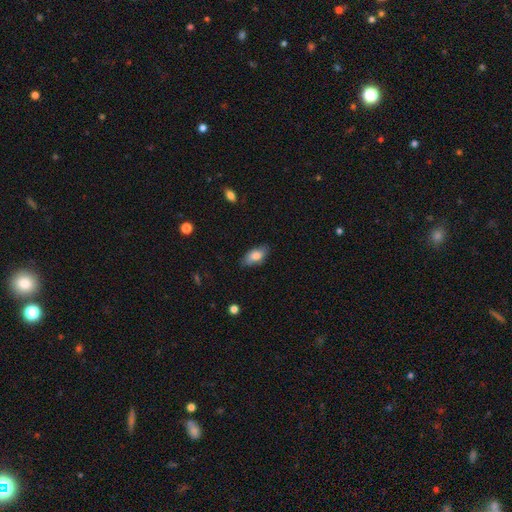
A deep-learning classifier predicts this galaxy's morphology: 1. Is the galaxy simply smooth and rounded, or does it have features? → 81% smooth, 12% featured or disk, 7% star or artifact.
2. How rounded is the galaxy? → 90% in between, 6% cigar-shaped, 3% round.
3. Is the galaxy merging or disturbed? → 82% none, 14% minor disturbance, 2% major disturbance, 1% merger.